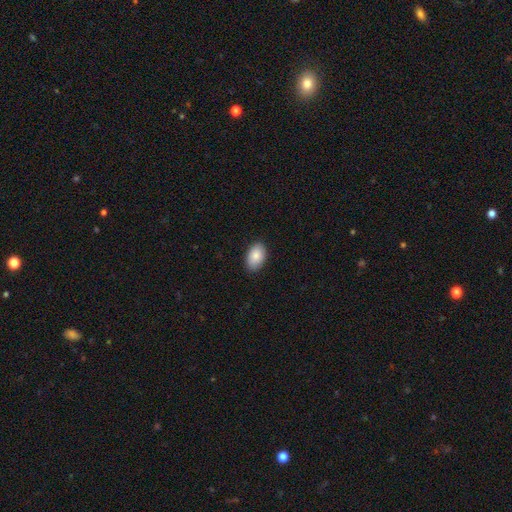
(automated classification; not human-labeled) Smooth or featured: smooth — 87% (featured or disk — 7%)
How rounded: in between — 91% (round — 8%)
Merging: none — 87% (minor disturbance — 10%)